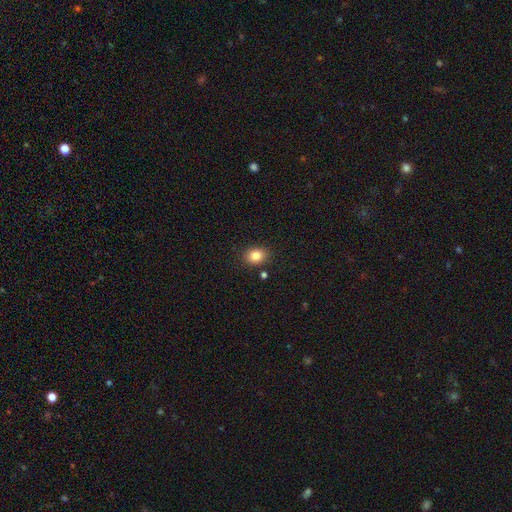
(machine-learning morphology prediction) Smooth or featured? Predicted: smooth (p=0.84). How rounded? Predicted: in between (p=0.54). Merging? Predicted: none (p=0.84).